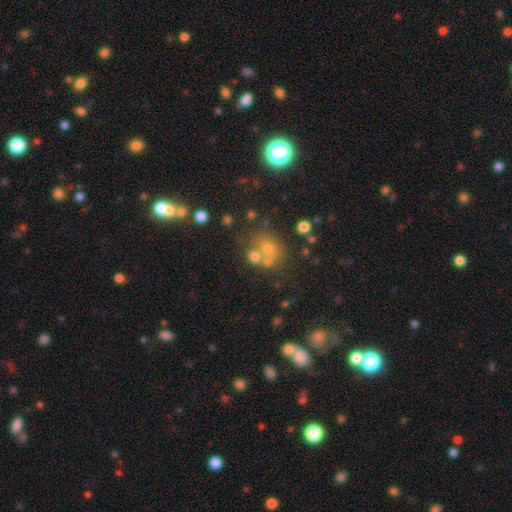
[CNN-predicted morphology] Smooth or featured? smooth (56%)
How rounded? round (69%)
Merging? none (48%)